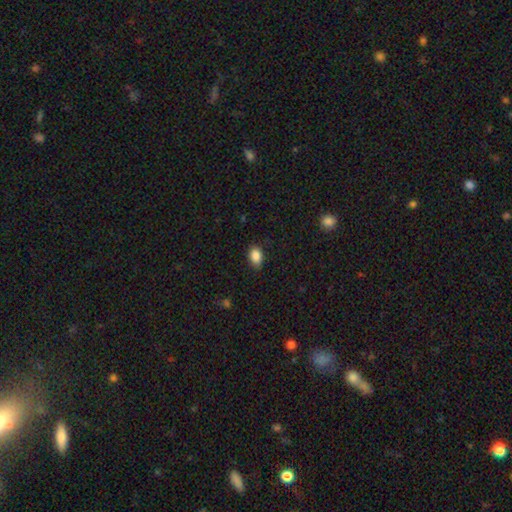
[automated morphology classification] type=smooth (87%); roundness=in between (78%); merging=none (82%).